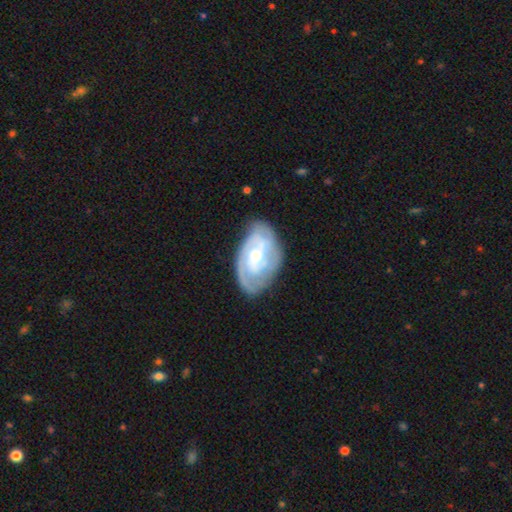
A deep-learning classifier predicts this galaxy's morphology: Smooth or featured?
  - featured or disk: 80% *
  - smooth: 16%
  - star or artifact: 5%
Edge-on disk?
  - no: 96% *
  - yes: 4%
Bar?
  - weak: 44% * (tied)
  - no: 44% * (tied)
  - strong: 12%
Spiral arms?
  - yes: 93% *
  - no: 7%
Spiral winding?
  - tight: 56% *
  - medium: 34%
  - loose: 9%
Spiral arm count?
  - 2: 37% *
  - can't tell: 26%
  - 3: 24%
  - 4: 5%
  - 1: 5%
  - more than 4: 3%
Bulge size?
  - moderate: 47% * (tied)
  - small: 47% * (tied)
  - large: 3%
  - none: 2%
  - dominant: 1%
Merging?
  - none: 69% *
  - minor disturbance: 22%
  - major disturbance: 7%
  - merger: 2%